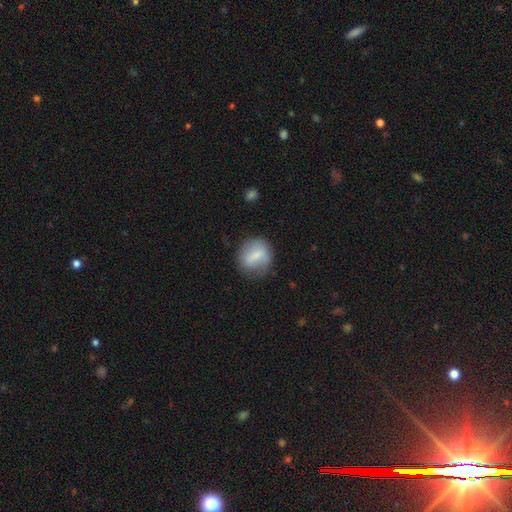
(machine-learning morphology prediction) A smooth galaxy with no disk features (65%) that is round (76%). Merging: none (71%).